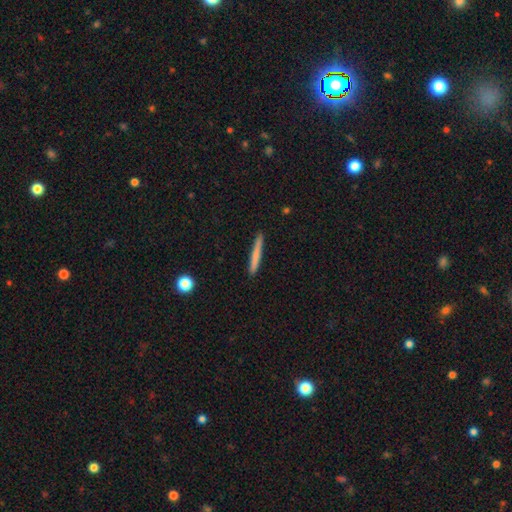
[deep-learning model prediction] smooth-or-featured: smooth: 71% | featured or disk: 24% | star or artifact: 6%
  how-rounded: cigar-shaped: 96% | in between: 2% | round: 1%
  merging: none: 91% | minor disturbance: 7% | major disturbance: 1% | merger: 1%